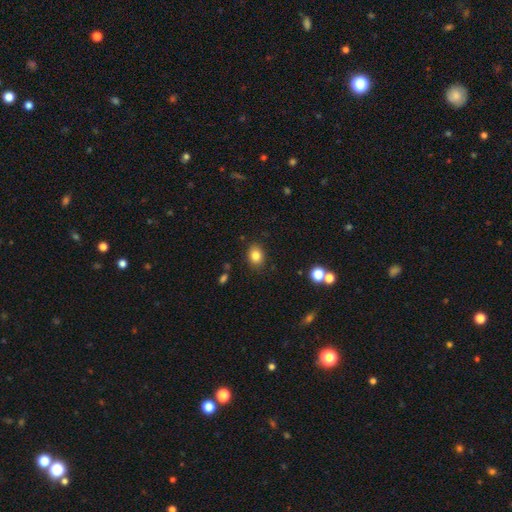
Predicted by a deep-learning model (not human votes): A smooth galaxy with no disk features (82%) that is in between round and cigar-shaped (57%). Merging: none (86%).